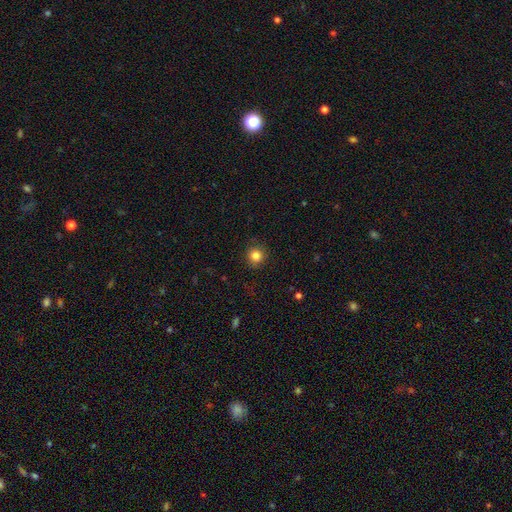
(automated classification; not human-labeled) Smooth or featured? smooth (84%)
How rounded? round (93%)
Merging? none (90%)